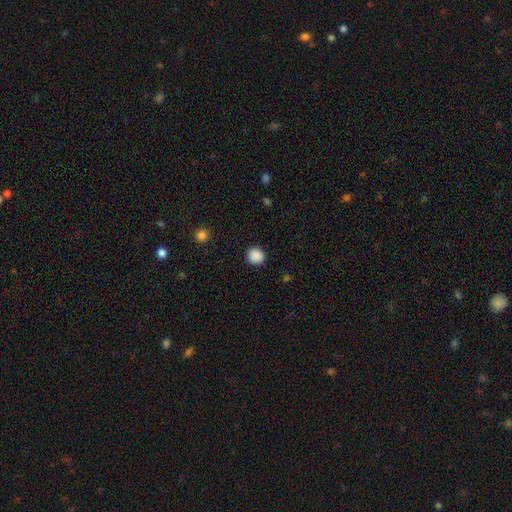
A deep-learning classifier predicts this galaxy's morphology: smooth-or-featured: smooth: 89% | star or artifact: 9% | featured or disk: 2%
  how-rounded: round: 89% | in between: 10% | cigar-shaped: 1%
  merging: none: 91% | minor disturbance: 6% | major disturbance: 2% | merger: 1%